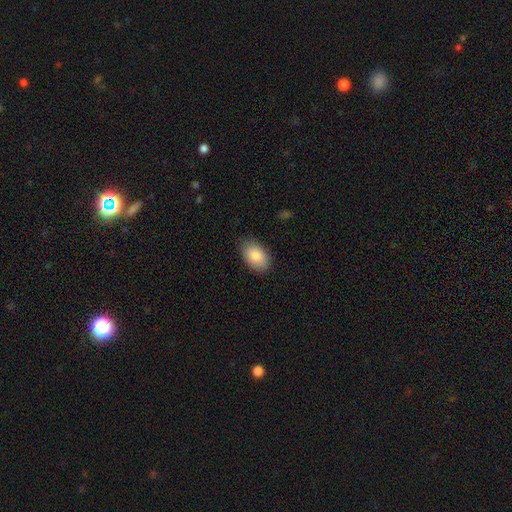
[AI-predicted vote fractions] A smooth galaxy with no disk features (86%) that is in between round and cigar-shaped (91%).

Vote fractions:
- Smooth or featured? smooth: 86% / featured or disk: 7% / star or artifact: 7%
- How rounded? in between: 91% / round: 7% / cigar-shaped: 1%
- Merging? none: 84% / minor disturbance: 13% / major disturbance: 3% / merger: 1%